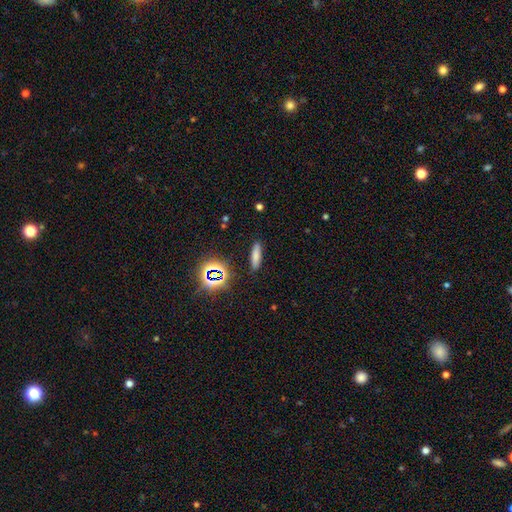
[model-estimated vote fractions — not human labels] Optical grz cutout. It shows a smooth galaxy with no disk features (70%) that is cigar-shaped (73%). Merging: none (87%).